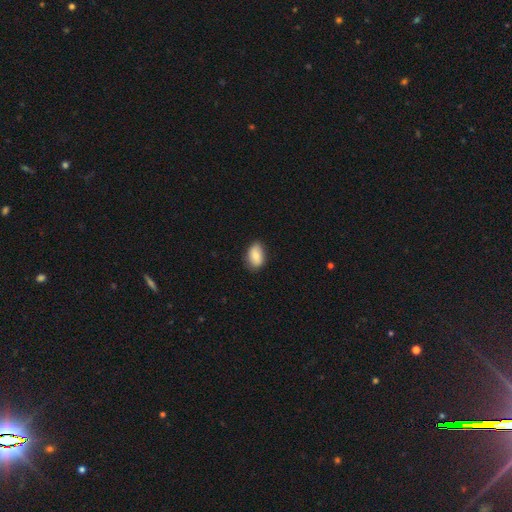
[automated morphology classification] smooth 79%, featured or disk 13%, star or artifact 7%. Down the decision tree: how rounded — in between (89%); merging — none (78%).